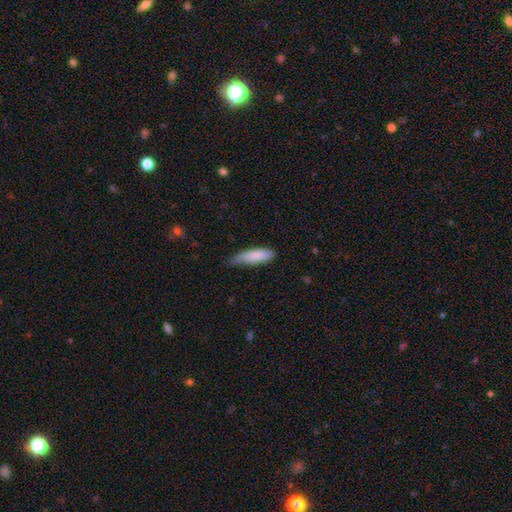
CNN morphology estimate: This appears to be a smooth galaxy with no disk features (84%) that is cigar-shaped (56%). Merging: none (52%).